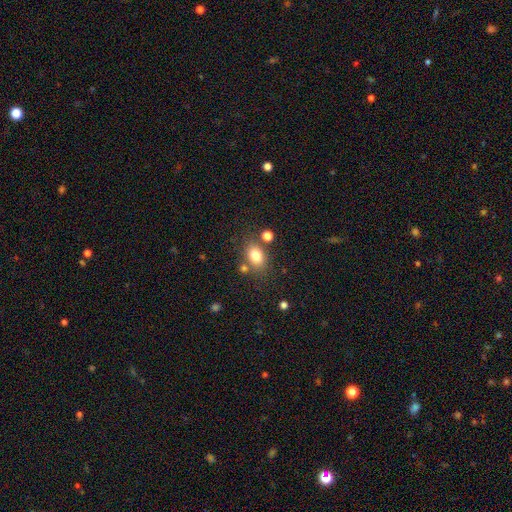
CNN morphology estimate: The model was most divided on "how rounded": in between: 68%, round: 30%, cigar-shaped: 1%. More confident: smooth or featured — smooth (80%); merging — none (71%).